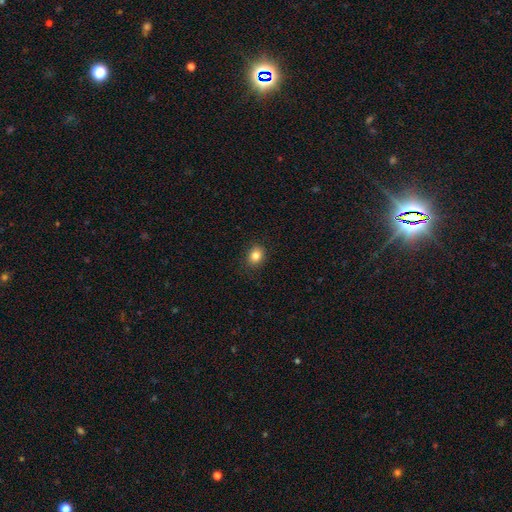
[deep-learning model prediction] Q: Smooth or featured?
A: smooth (84%); runner-up: star or artifact (10%)
Q: How rounded?
A: round (56%); runner-up: in between (43%)
Q: Merging?
A: none (88%); runner-up: minor disturbance (9%)